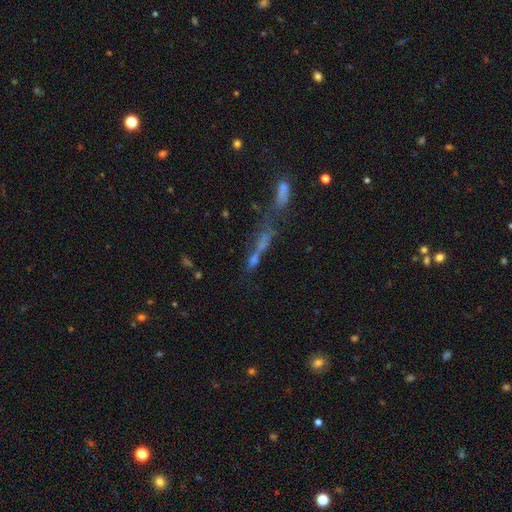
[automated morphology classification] The model was most divided on "smooth or featured": smooth: 36%, featured or disk: 34%, star or artifact: 30%. More confident: merging — merger (51%).